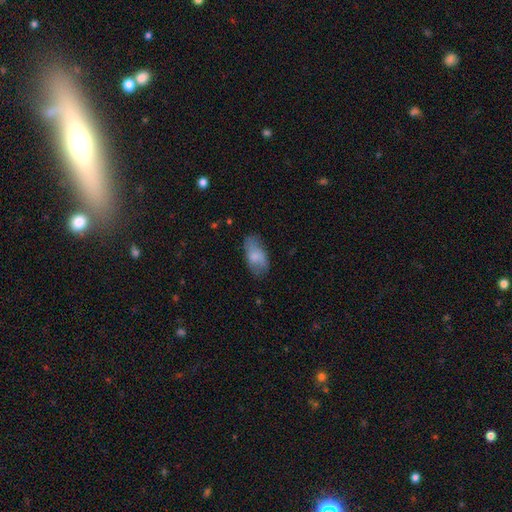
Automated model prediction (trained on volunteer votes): Smooth or featured? Predicted: smooth (p=0.76). How rounded? Predicted: in between (p=0.93). Merging? Predicted: none (p=0.66).